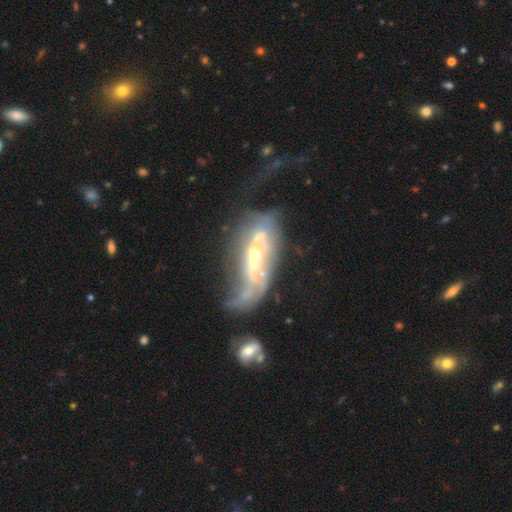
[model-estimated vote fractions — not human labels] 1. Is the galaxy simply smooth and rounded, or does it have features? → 72% featured or disk, 20% smooth, 9% star or artifact.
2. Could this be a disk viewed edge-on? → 81% no, 19% yes.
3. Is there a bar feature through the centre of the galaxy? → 50% no, 28% weak, 21% strong.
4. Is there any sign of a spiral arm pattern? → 50% no (tied), 50% yes (tied).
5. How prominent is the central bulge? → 51% moderate, 28% small, 11% large, 7% none, 2% dominant.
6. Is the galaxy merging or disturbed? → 45% major disturbance, 20% none, 19% merger, 16% minor disturbance.